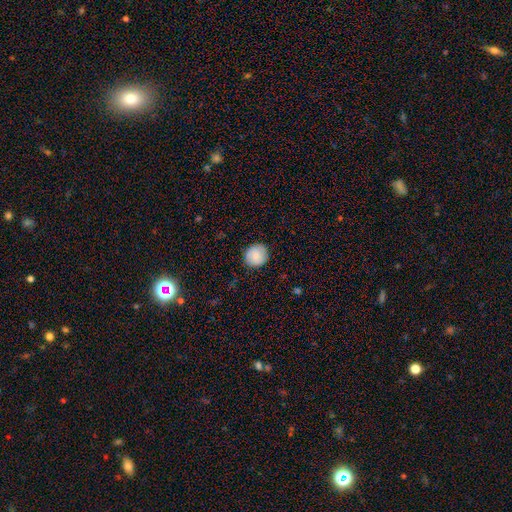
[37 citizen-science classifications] Smooth or featured: smooth — 81% (featured or disk — 11%)
How rounded: round — 87% (in between — 13%)
Merging: none — 88% (minor disturbance — 9%)